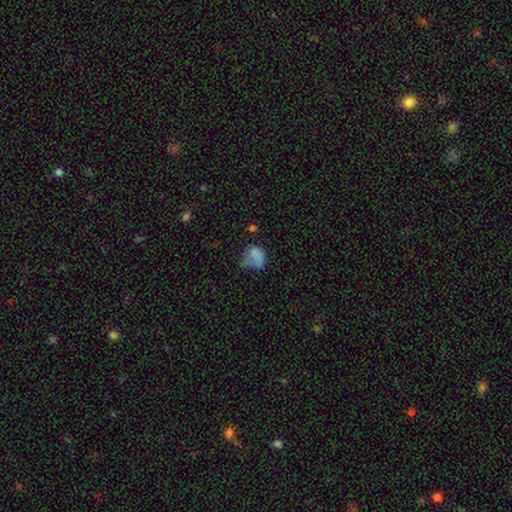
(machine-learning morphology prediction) A smooth galaxy with no disk features (70%) that is round (50%).

Vote fractions:
- Smooth or featured? smooth: 70% / featured or disk: 17% / star or artifact: 12%
- How rounded? round: 50% / in between: 49% / cigar-shaped: 1%
- Merging? major disturbance: 35% / minor disturbance: 31% / none: 26% / merger: 8%